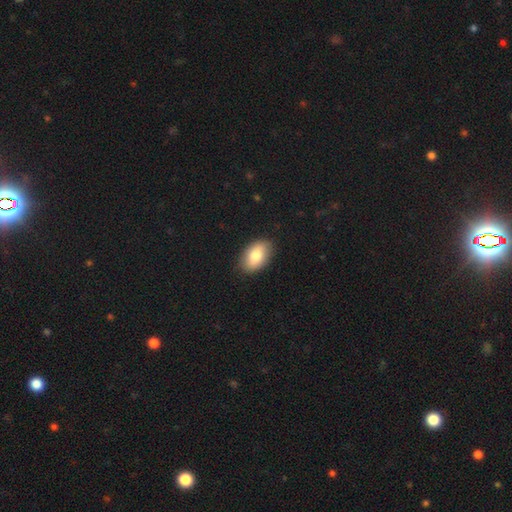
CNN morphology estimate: Overall: smooth (79%). How rounded: in between (91%). Merging: none (87%).